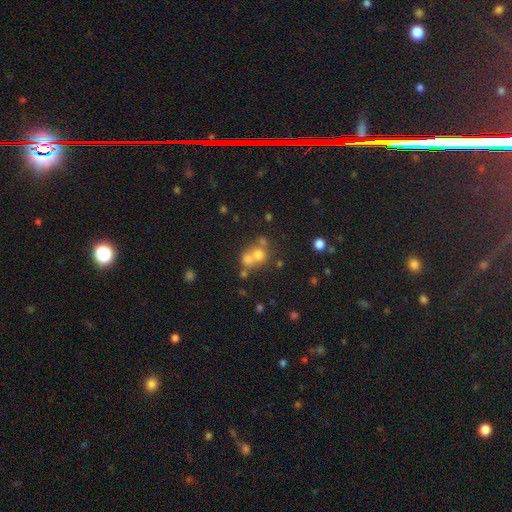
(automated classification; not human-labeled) A smooth galaxy with no disk features (65%) that is round (77%).

Vote fractions:
- Smooth or featured? smooth: 65% / featured or disk: 19% / star or artifact: 16%
- How rounded? round: 77% / in between: 22% / cigar-shaped: 1%
- Merging? merger: 55% / none: 34% / minor disturbance: 7% / major disturbance: 5%